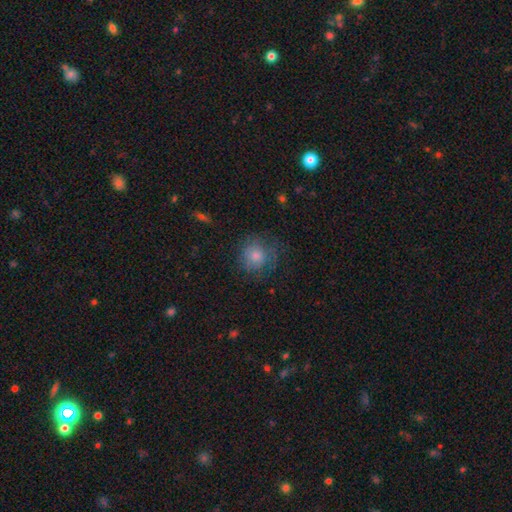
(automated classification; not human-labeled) Smooth or featured?
  - smooth: 69% *
  - featured or disk: 18%
  - star or artifact: 13%
How rounded?
  - round: 88% *
  - in between: 11%
  - cigar-shaped: 1%
Merging?
  - none: 68% *
  - minor disturbance: 20%
  - major disturbance: 11%
  - merger: 1%